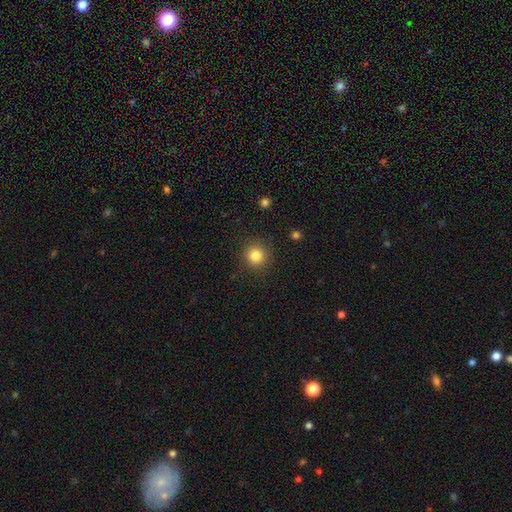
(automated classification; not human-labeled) This appears to be a smooth galaxy with no disk features (82%) that is round (94%). Merging: none (90%).